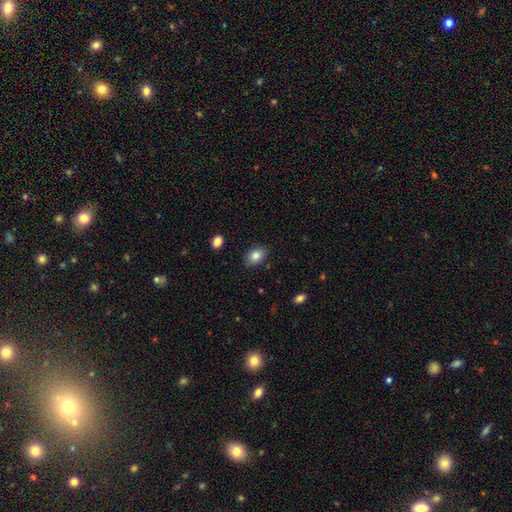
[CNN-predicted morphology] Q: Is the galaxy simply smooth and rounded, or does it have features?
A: smooth — 84%.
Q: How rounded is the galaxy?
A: in between — 74%.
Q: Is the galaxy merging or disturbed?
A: none — 85%.